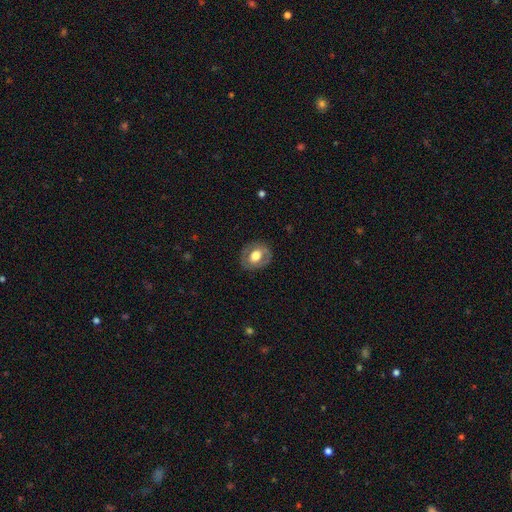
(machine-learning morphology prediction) Smooth or featured? smooth (54%)
How rounded? round (55%)
Merging? none (81%)